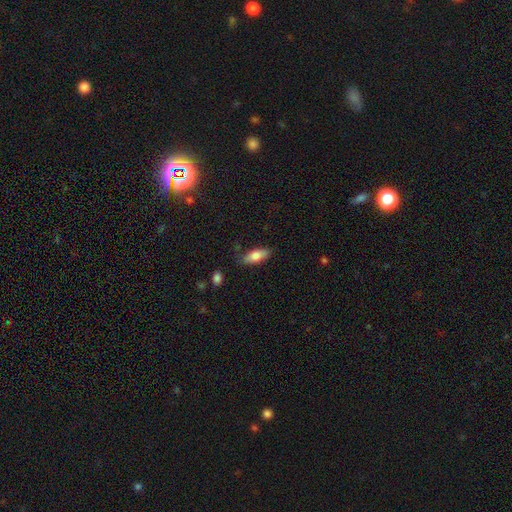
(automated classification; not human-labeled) Morphology: type=smooth (77%); roundness=in between (78%); merging=none (79%).